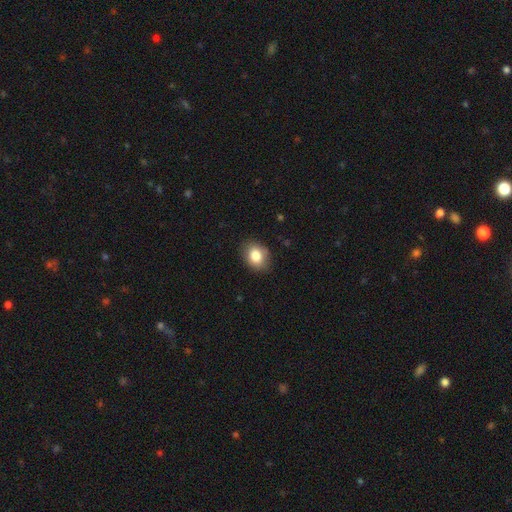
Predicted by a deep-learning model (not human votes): A smooth galaxy with no disk features (83%) that is in between round and cigar-shaped (61%). Merging: none (84%).